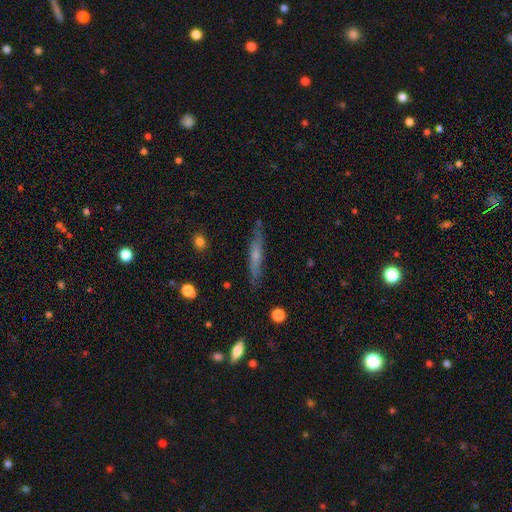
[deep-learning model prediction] This appears to be a smooth galaxy with no disk features (47%). Merging: none (82%).